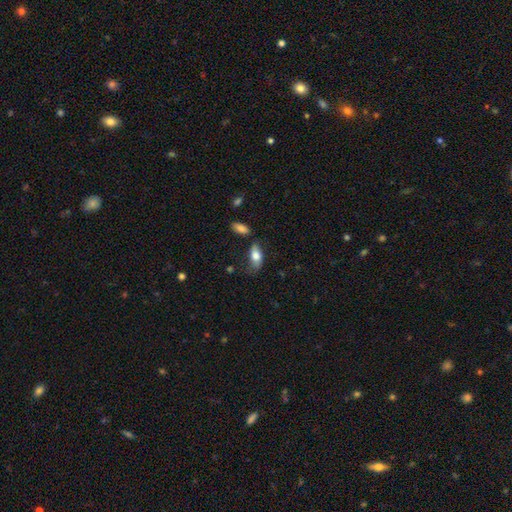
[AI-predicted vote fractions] smooth-or-featured: smooth: 76% | featured or disk: 18% | star or artifact: 7%
  how-rounded: in between: 87% | cigar-shaped: 9% | round: 4%
  merging: none: 55% | minor disturbance: 29% | major disturbance: 10% | merger: 6%